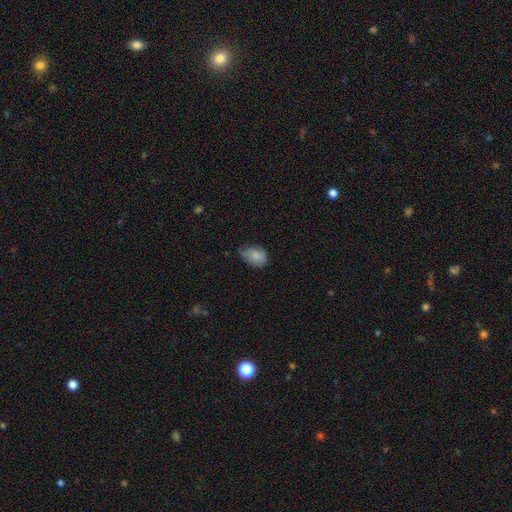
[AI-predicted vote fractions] smooth-or-featured: smooth: 82% | featured or disk: 10% | star or artifact: 8%
  how-rounded: in between: 82% | round: 17% | cigar-shaped: 1%
  merging: none: 48% | minor disturbance: 41% | major disturbance: 10% | merger: 2%